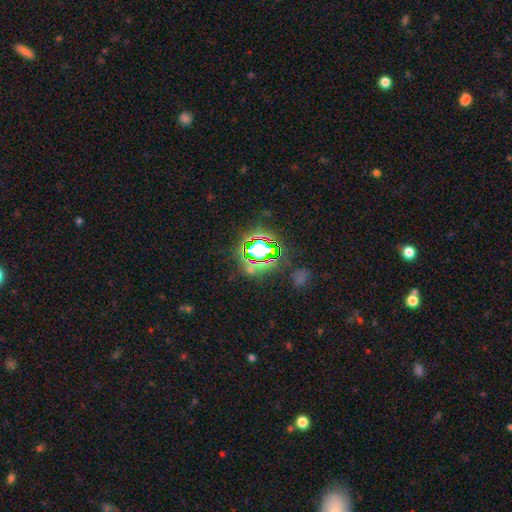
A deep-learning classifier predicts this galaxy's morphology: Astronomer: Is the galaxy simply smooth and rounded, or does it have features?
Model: star or artifact — 77%.